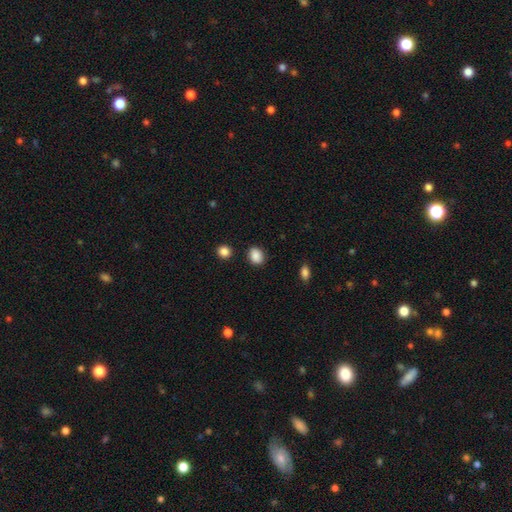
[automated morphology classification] smooth-or-featured: smooth: 88% | star or artifact: 9% | featured or disk: 3%
  how-rounded: in between: 51% | round: 48% | cigar-shaped: 1%
  merging: none: 85% | minor disturbance: 9% | major disturbance: 3% | merger: 3%